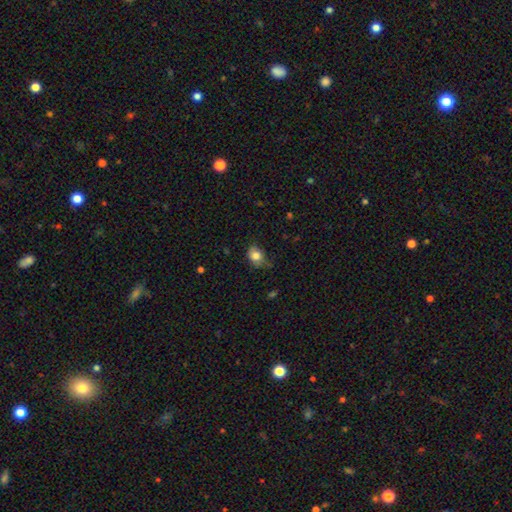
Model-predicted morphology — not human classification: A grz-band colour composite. It shows a smooth galaxy with no disk features (81%) that is in between round and cigar-shaped (52%). Merging: none (59%).